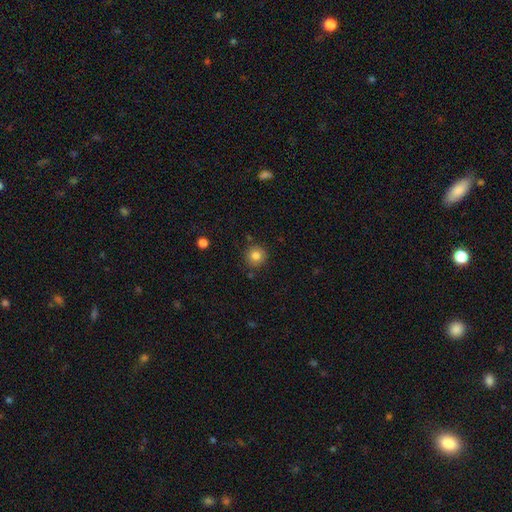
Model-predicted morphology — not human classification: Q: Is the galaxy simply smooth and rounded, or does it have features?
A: smooth — 82%.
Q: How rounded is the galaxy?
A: round — 94%.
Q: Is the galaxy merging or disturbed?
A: none — 86%.